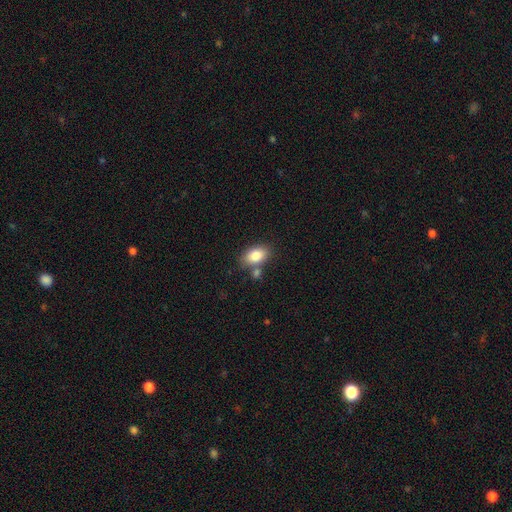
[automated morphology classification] The model was most divided on "merging": none: 66%, merger: 16%, minor disturbance: 14%, major disturbance: 4%. More confident: how rounded — in between (87%); smooth or featured — smooth (83%).